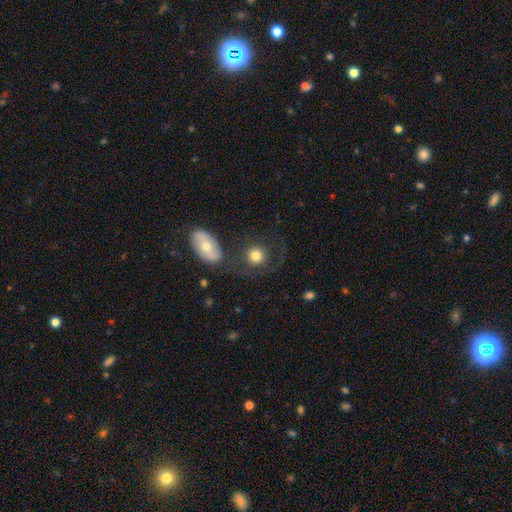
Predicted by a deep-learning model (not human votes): A smooth galaxy with no disk features (78%) that is round (86%).

Vote fractions:
- Smooth or featured? smooth: 78% / featured or disk: 14% / star or artifact: 8%
- How rounded? round: 86% / in between: 13% / cigar-shaped: 1%
- Merging? none: 63% / merger: 14% / minor disturbance: 13% / major disturbance: 11%